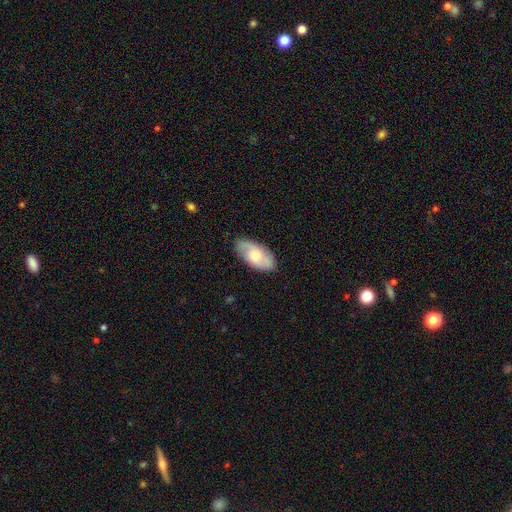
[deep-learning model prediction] Smooth or featured: smooth — 54% (featured or disk — 40%)
How rounded: in between — 93% (cigar-shaped — 4%)
Merging: none — 81% (minor disturbance — 15%)